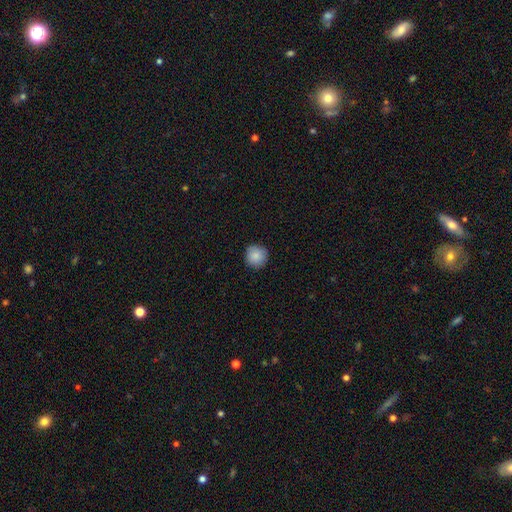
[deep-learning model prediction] Smooth or featured: smooth — 87% (star or artifact — 8%)
How rounded: round — 93% (in between — 6%)
Merging: none — 89% (minor disturbance — 8%)